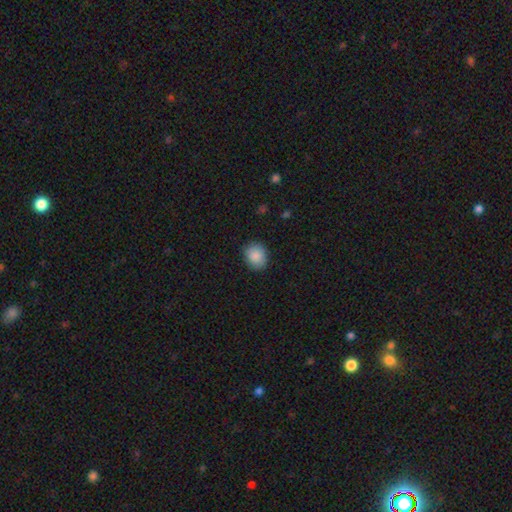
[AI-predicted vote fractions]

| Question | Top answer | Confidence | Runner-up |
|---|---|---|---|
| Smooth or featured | smooth | 89% | star or artifact (7%) |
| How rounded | round | 65% | in between (34%) |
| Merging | none | 86% | minor disturbance (11%) |